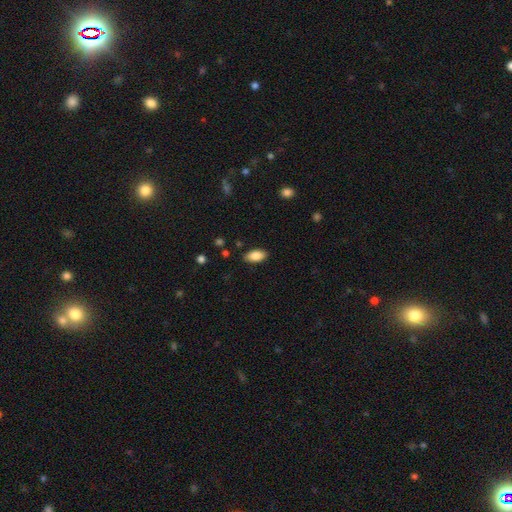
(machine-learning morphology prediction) Smooth or featured? Predicted: smooth (p=0.86). How rounded? Predicted: in between (p=0.92). Merging? Predicted: none (p=0.86).